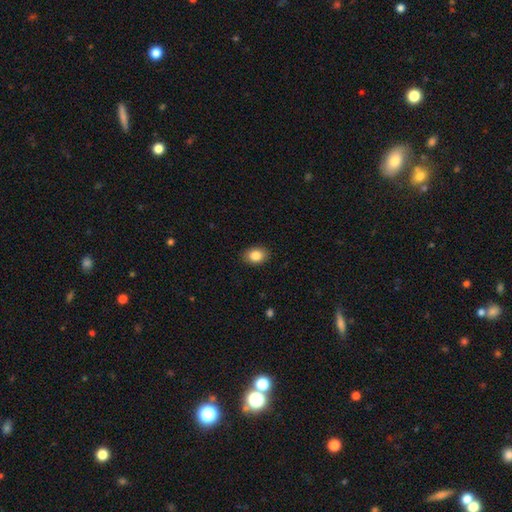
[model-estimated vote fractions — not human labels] This appears to be a smooth galaxy with no disk features (86%) that is in between round and cigar-shaped (68%). Merging: none (89%).